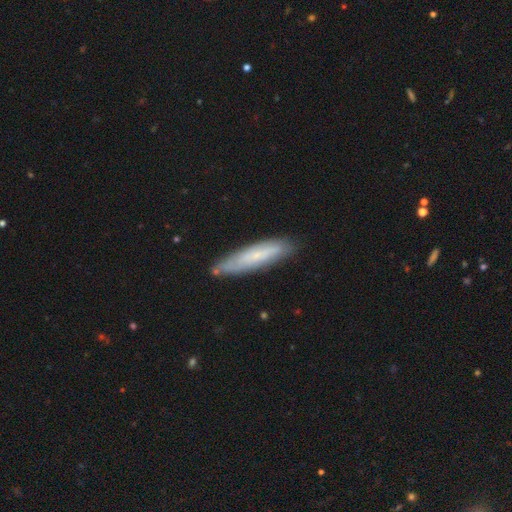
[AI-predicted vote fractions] Smooth or featured: smooth — 51% (featured or disk — 42%)
How rounded: cigar-shaped — 80% (in between — 19%)
Merging: none — 79% (minor disturbance — 16%)